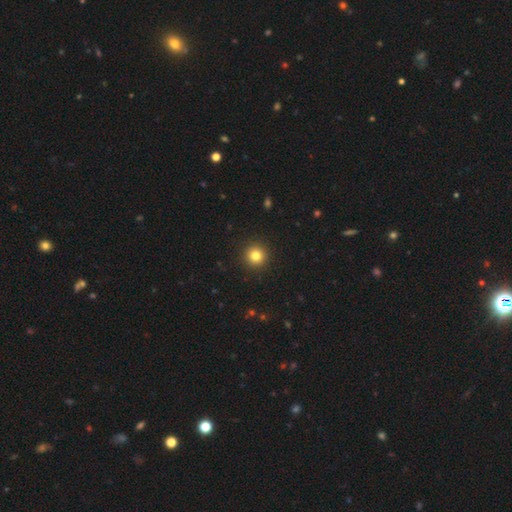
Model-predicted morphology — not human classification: Smooth or featured: smooth — 82% (star or artifact — 12%)
How rounded: round — 96% (in between — 3%)
Merging: none — 93% (minor disturbance — 4%)